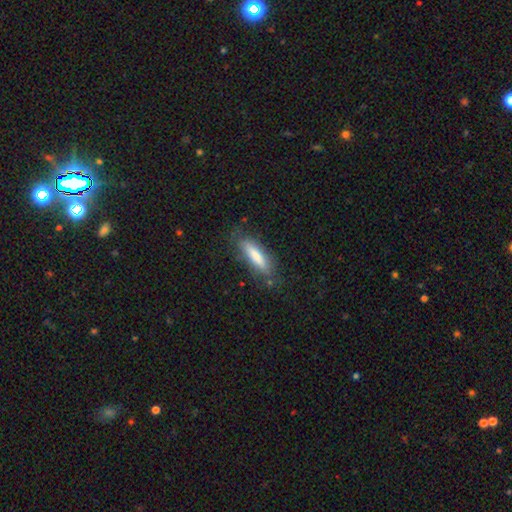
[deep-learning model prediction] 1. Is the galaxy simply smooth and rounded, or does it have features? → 73% smooth, 20% featured or disk, 7% star or artifact.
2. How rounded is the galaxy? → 71% cigar-shaped, 28% in between, 1% round.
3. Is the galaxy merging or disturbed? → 78% none, 16% minor disturbance, 5% major disturbance, 2% merger.